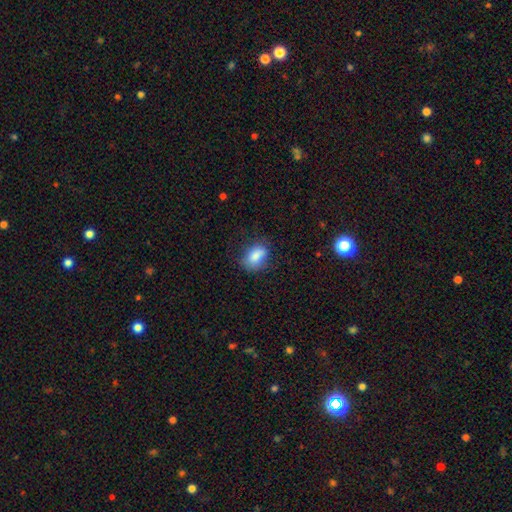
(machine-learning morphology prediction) smooth 81%, featured or disk 10%, star or artifact 8%. Down the decision tree: how rounded — in between (79%); merging — none (64%).